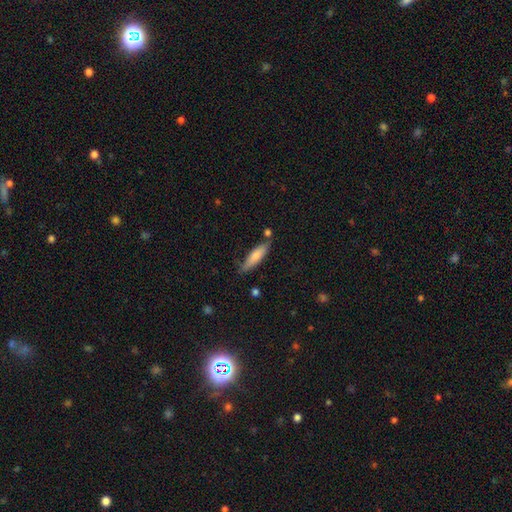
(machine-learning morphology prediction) This appears to be a smooth galaxy with no disk features (74%) that is cigar-shaped (69%). Merging: none (70%).